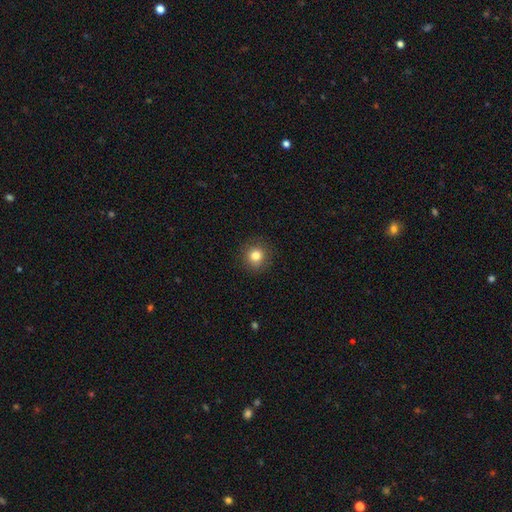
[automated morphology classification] This appears to be a smooth galaxy with no disk features (82%) that is round (93%). Merging: none (90%).